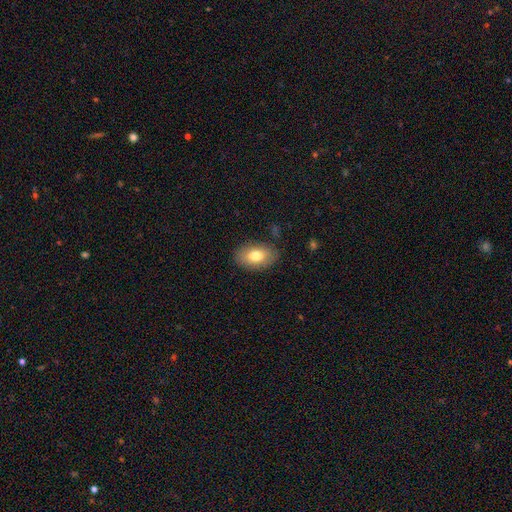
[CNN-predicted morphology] A smooth galaxy with no disk features (76%) that is in between round and cigar-shaped (90%).

Vote fractions:
- Smooth or featured? smooth: 76% / featured or disk: 16% / star or artifact: 7%
- How rounded? in between: 90% / round: 8% / cigar-shaped: 2%
- Merging? none: 85% / minor disturbance: 11% / major disturbance: 3% / merger: 1%